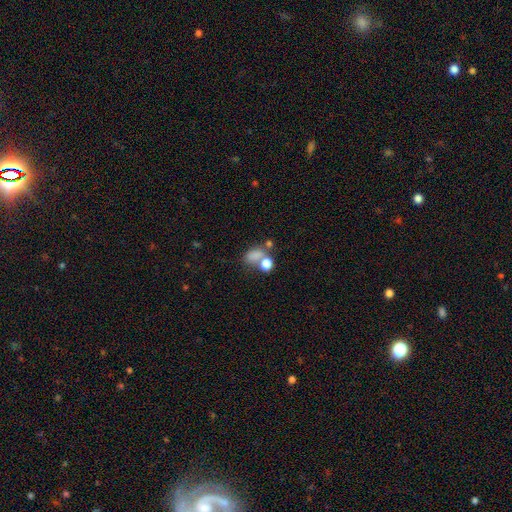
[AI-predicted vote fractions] Smooth or featured: smooth — 72% (star or artifact — 17%)
How rounded: in between — 67% (round — 31%)
Merging: merger — 38% (none — 36%)